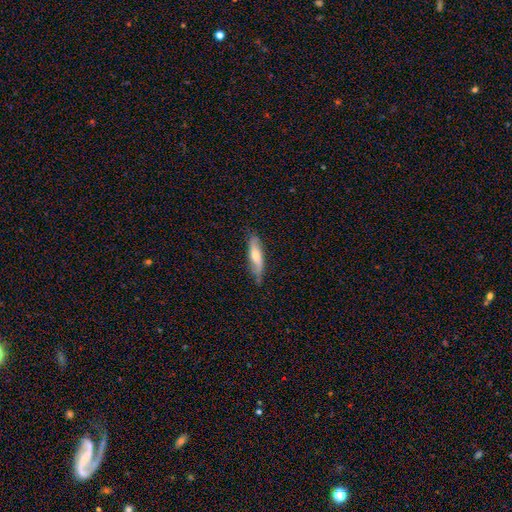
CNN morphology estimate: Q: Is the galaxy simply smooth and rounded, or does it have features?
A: smooth — 51%.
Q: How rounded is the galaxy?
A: cigar-shaped — 62%.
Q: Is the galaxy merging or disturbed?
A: none — 73%.